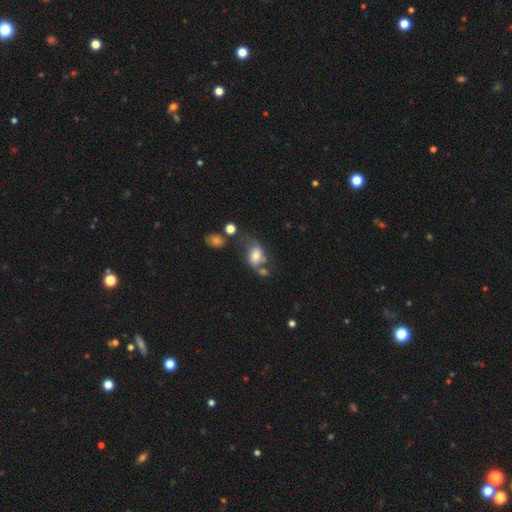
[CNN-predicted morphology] The model was most divided on "merging": none: 34%, minor disturbance: 24%, major disturbance: 23%, merger: 19%. More confident: how rounded — in between (75%); smooth or featured — smooth (59%).